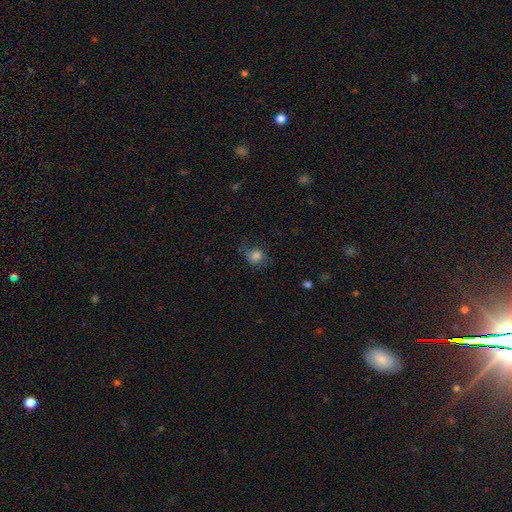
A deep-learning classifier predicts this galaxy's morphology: smooth 79%, star or artifact 12%, featured or disk 9%. Down the decision tree: how rounded — round (77%); merging — none (57%).